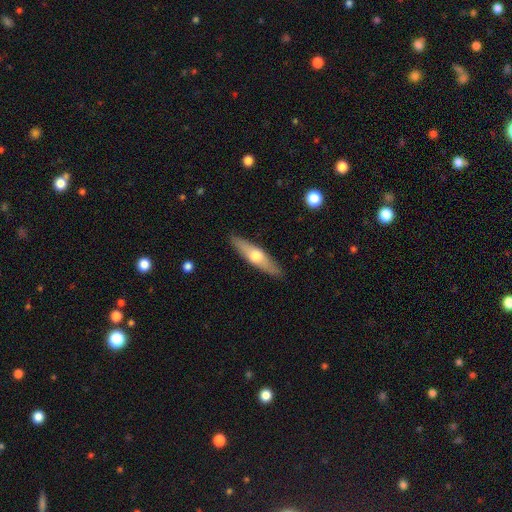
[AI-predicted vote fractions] Morphology: type=featured or disk (49%); merging=none (89%).